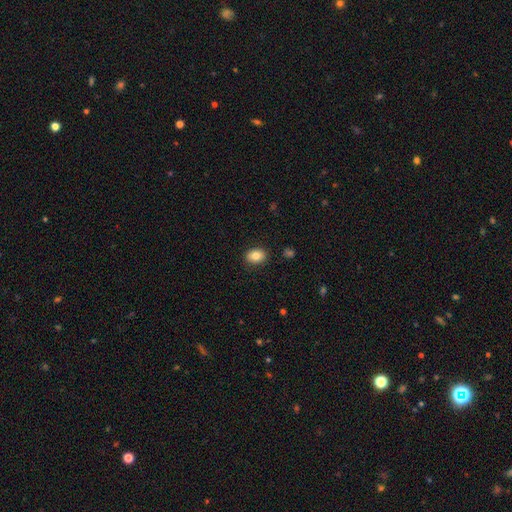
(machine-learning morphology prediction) A smooth galaxy with no disk features (83%) that is in between round and cigar-shaped (73%). Merging: none (88%).